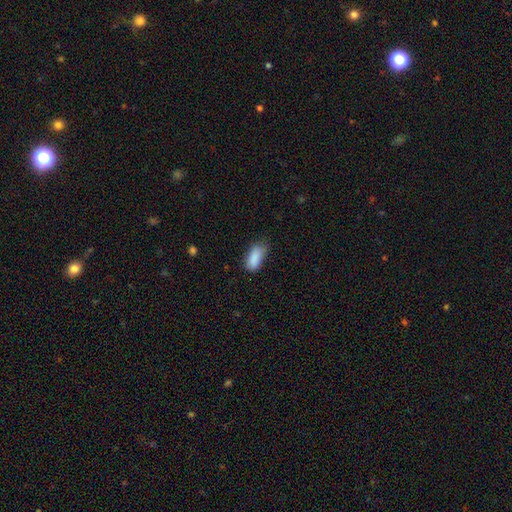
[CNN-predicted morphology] Overall: smooth (87%). How rounded: in between (87%). Merging: none (60%; minor disturbance 31%).